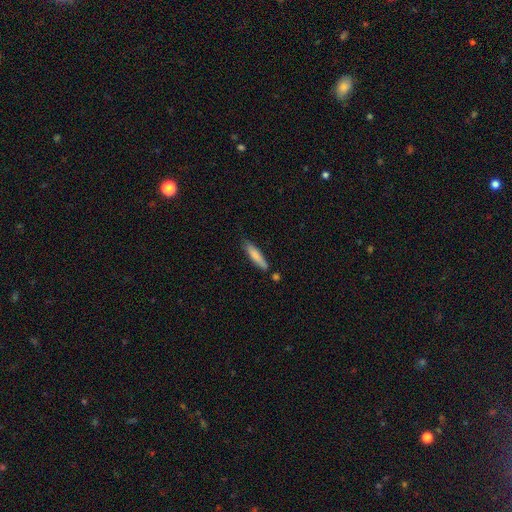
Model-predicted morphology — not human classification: A smooth galaxy with no disk features (79%) that is cigar-shaped (81%). Merging: none (73%).